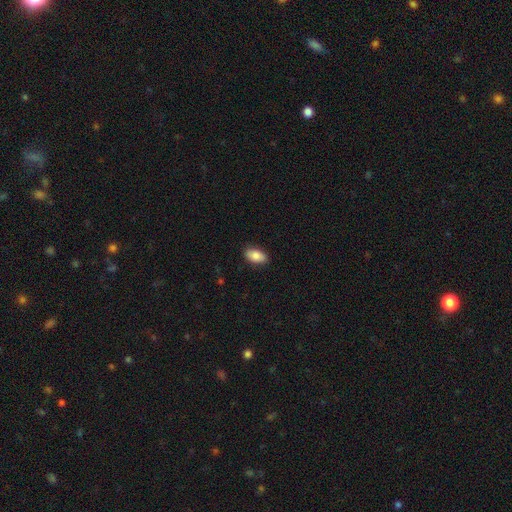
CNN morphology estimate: smooth 86%, featured or disk 8%, star or artifact 7%. Down the decision tree: how rounded — in between (93%); merging — none (87%).